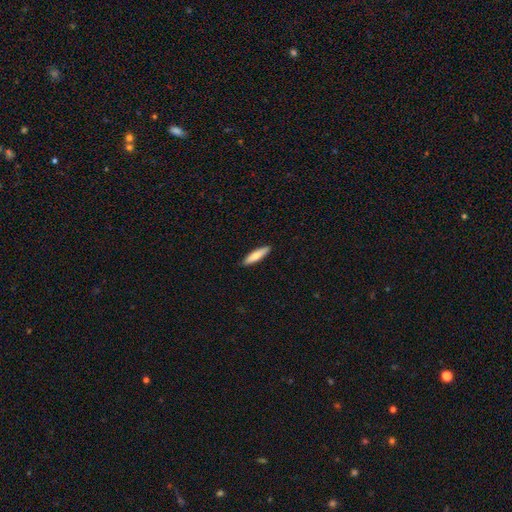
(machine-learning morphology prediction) This appears to be a smooth galaxy with no disk features (77%) that is cigar-shaped (78%). Merging: none (90%).